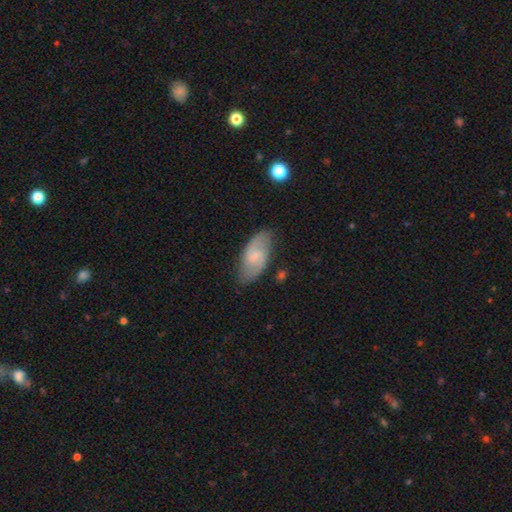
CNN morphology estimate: Smooth or featured?
  - featured or disk: 67% *
  - smooth: 27%
  - star or artifact: 6%
Edge-on disk?
  - no: 95% *
  - yes: 5%
Bar?
  - weak: 56% *
  - no: 33%
  - strong: 11%
Spiral arms?
  - yes: 92% *
  - no: 8%
Spiral winding?
  - medium: 49% *
  - loose: 29%
  - tight: 22%
Spiral arm count?
  - 2: 87% *
  - can't tell: 8%
  - 1: 2%
  - 3: 1%
  - 4: 1%
  - more than 4: 1%
Bulge size?
  - small: 58% *
  - moderate: 24%
  - none: 15%
  - large: 2%
  - dominant: 1%
Merging?
  - none: 79% *
  - minor disturbance: 16%
  - major disturbance: 4%
  - merger: 2%